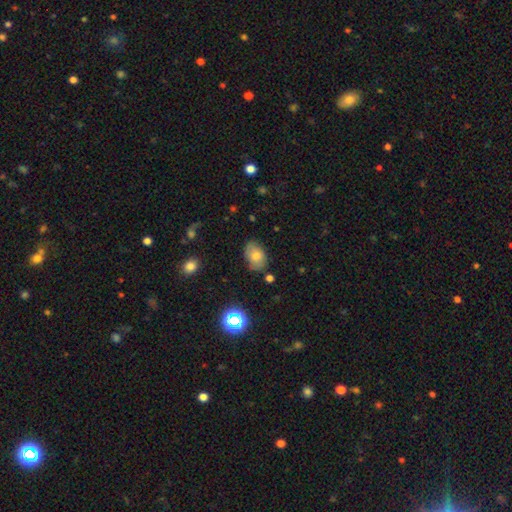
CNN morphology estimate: Smooth or featured? smooth (73%)
How rounded? in between (85%)
Merging? none (74%)